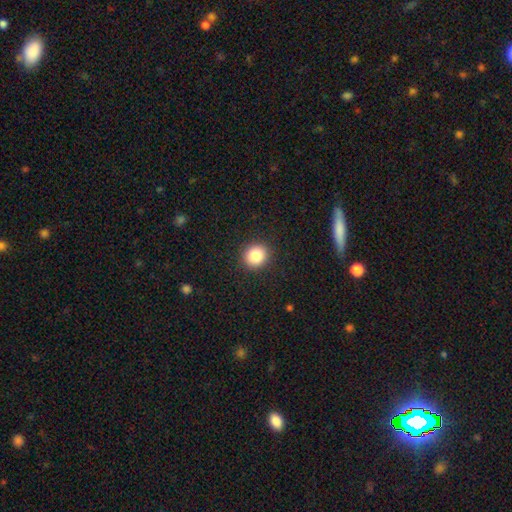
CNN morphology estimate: Smooth or featured? Predicted: smooth (p=0.85). How rounded? Predicted: round (p=0.86). Merging? Predicted: none (p=0.91).